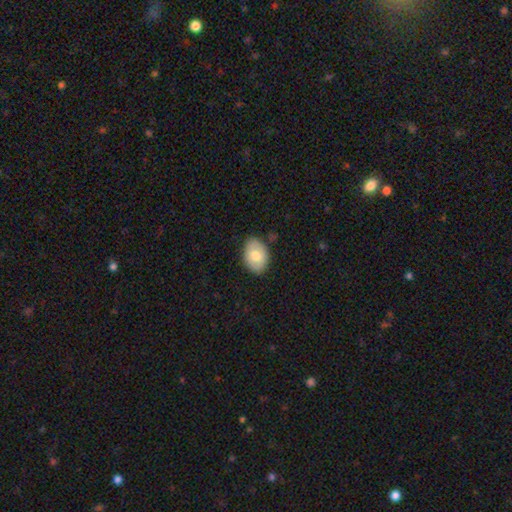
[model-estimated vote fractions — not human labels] Smooth or featured?
  - smooth: 73% *
  - featured or disk: 21%
  - star or artifact: 7%
How rounded?
  - in between: 79% *
  - round: 20%
  - cigar-shaped: 1%
Merging?
  - none: 81% *
  - minor disturbance: 15%
  - major disturbance: 3%
  - merger: 2%